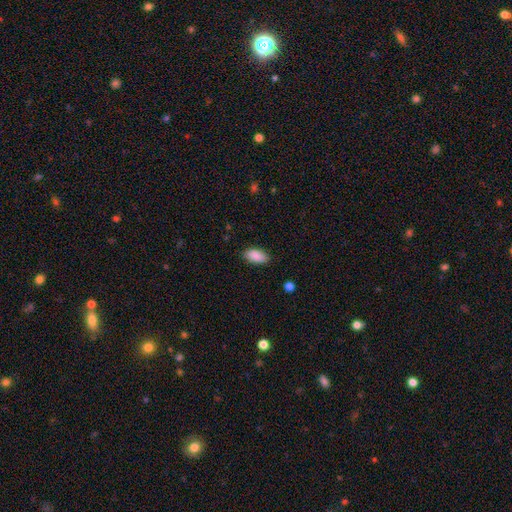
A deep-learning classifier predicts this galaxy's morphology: smooth 89%, star or artifact 7%, featured or disk 4%. Down the decision tree: how rounded — in between (93%); merging — none (86%).